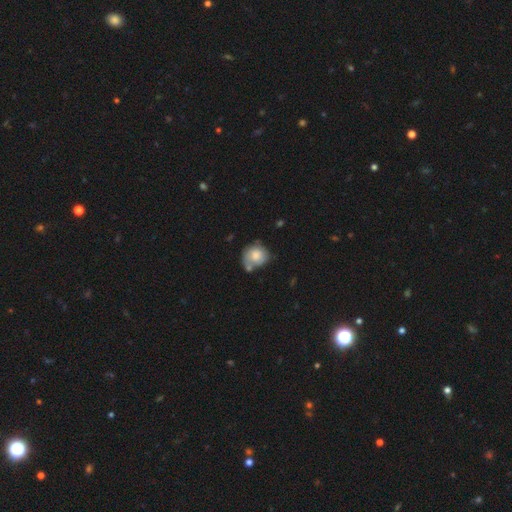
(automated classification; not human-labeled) A smooth galaxy with no disk features (75%) that is round (77%).

Vote fractions:
- Smooth or featured? smooth: 75% / featured or disk: 18% / star or artifact: 7%
- How rounded? round: 77% / in between: 22% / cigar-shaped: 1%
- Merging? none: 48% / minor disturbance: 27% / merger: 17% / major disturbance: 8%